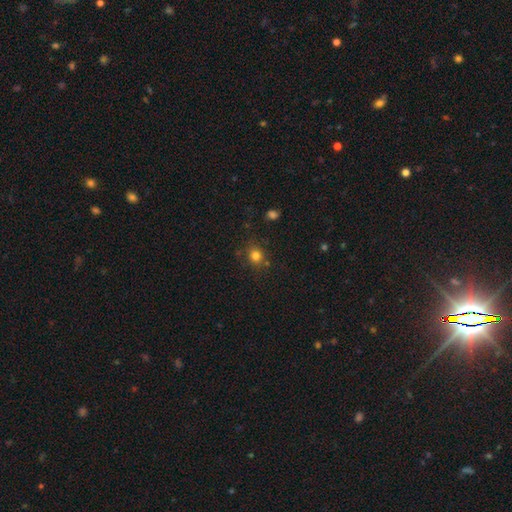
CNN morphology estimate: smooth-or-featured: smooth: 79% | star or artifact: 14% | featured or disk: 6%
  how-rounded: round: 79% | in between: 20% | cigar-shaped: 1%
  merging: none: 79% | minor disturbance: 12% | merger: 5% | major disturbance: 4%